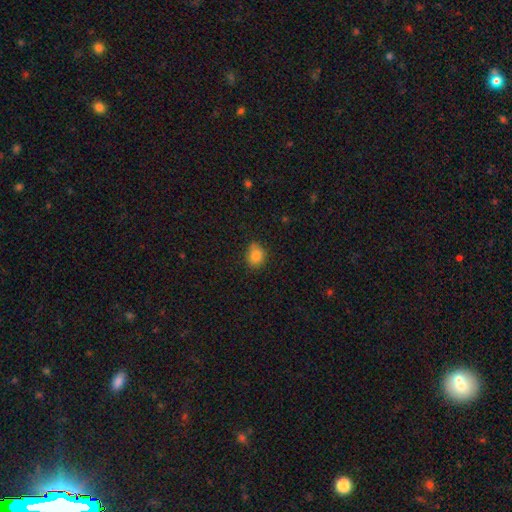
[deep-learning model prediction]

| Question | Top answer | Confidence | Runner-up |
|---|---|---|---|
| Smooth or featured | smooth | 85% | star or artifact (10%) |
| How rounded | round | 51% | in between (48%) |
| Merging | none | 73% | minor disturbance (21%) |